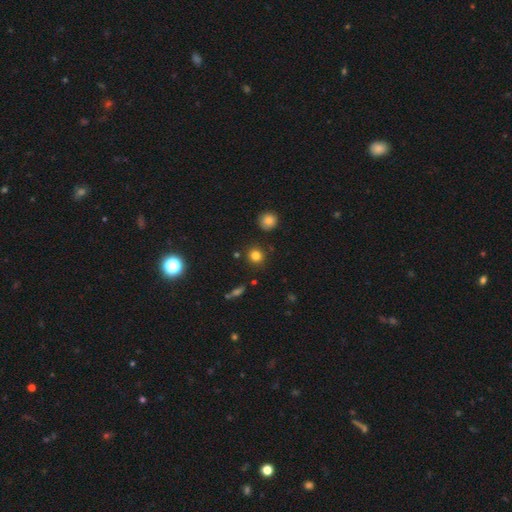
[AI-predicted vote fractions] Smooth or featured? smooth (81%)
How rounded? round (88%)
Merging? none (88%)